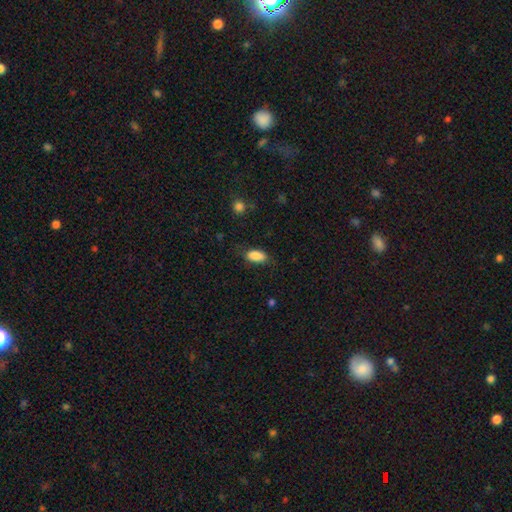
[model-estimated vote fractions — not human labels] smooth-or-featured: smooth: 88% | star or artifact: 7% | featured or disk: 5%
  how-rounded: in between: 90% | cigar-shaped: 6% | round: 4%
  merging: none: 77% | minor disturbance: 17% | major disturbance: 5% | merger: 1%